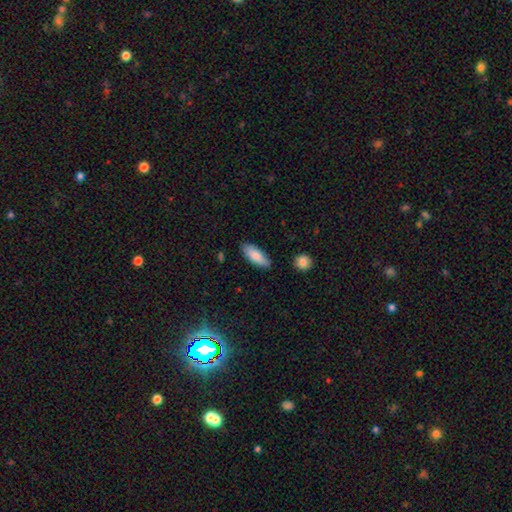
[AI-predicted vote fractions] Smooth or featured? Predicted: smooth (p=0.83). How rounded? Predicted: in between (p=0.76). Merging? Predicted: none (p=0.84).